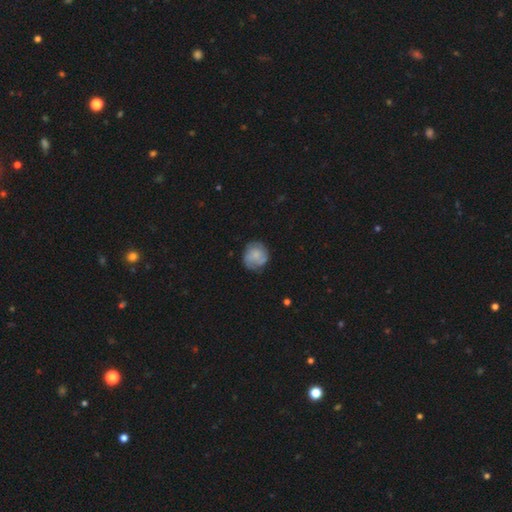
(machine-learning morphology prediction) Overall: smooth (61%; featured or disk 31%). How rounded: round (82%). Merging: none (66%).